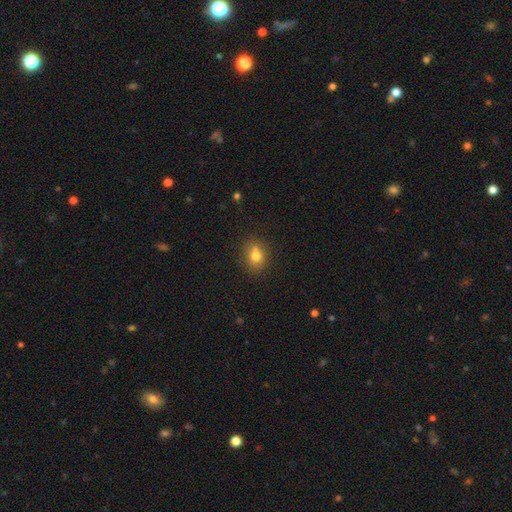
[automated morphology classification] Overall: smooth (75%). How rounded: round (57%; in between 42%). Merging: none (62%).